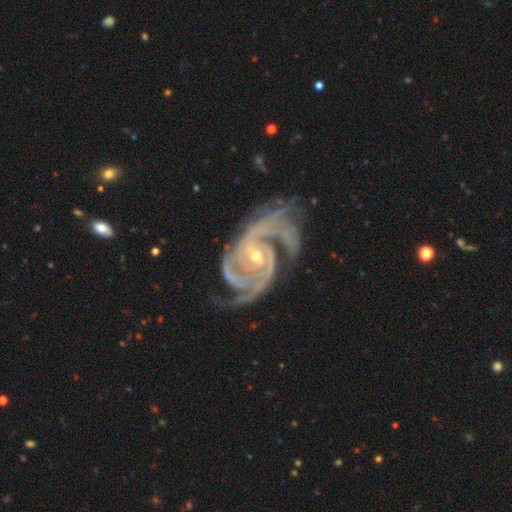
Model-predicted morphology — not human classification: featured or disk 91%, star or artifact 6%, smooth 3%. Down the decision tree: edge-on disk — no (97%); bar — no (54%); spiral arms — yes (98%); spiral arm count — 3 (34%); spiral winding — tight (49%); bulge size — small (65%); merging — none (56%).